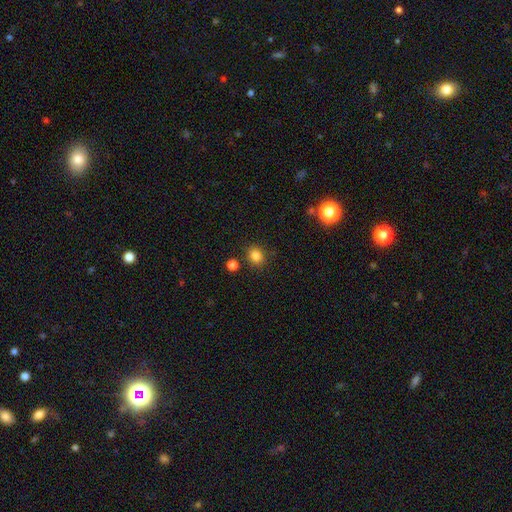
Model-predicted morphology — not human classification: Smooth or featured: smooth — 83% (star or artifact — 12%)
How rounded: round — 72% (in between — 27%)
Merging: none — 83% (minor disturbance — 9%)